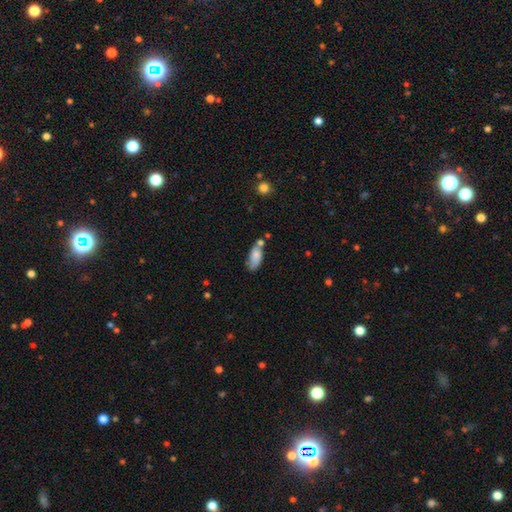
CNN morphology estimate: Smooth or featured? Predicted: smooth (p=0.76). How rounded? Predicted: in between (p=0.84). Merging? Predicted: none (p=0.52).